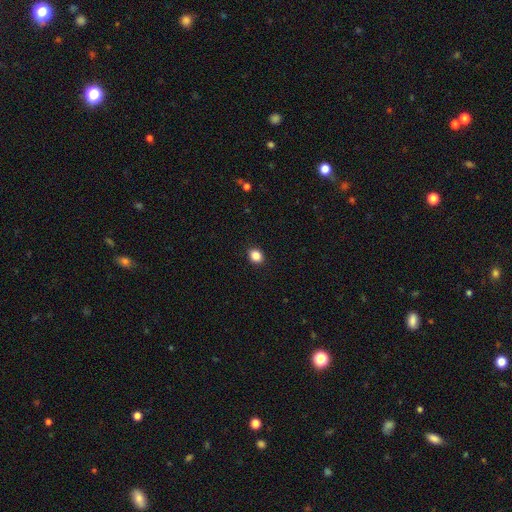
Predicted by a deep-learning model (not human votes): Morphology: type=smooth (87%); roundness=round (61%); merging=none (92%).